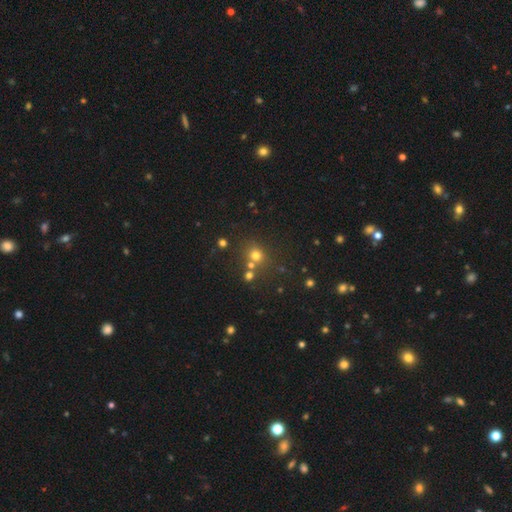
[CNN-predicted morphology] smooth 69%, star or artifact 22%, featured or disk 9%. Down the decision tree: how rounded — round (83%); merging — none (66%).